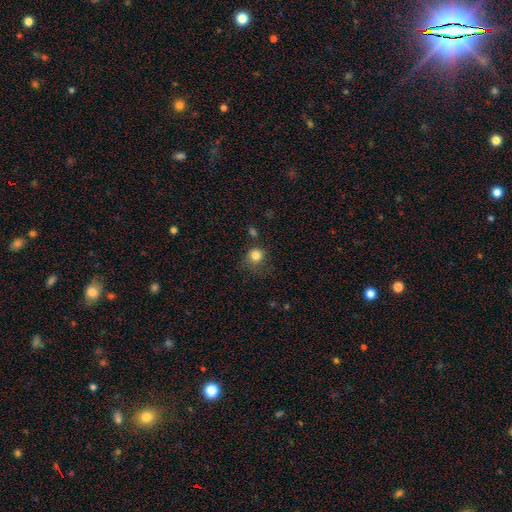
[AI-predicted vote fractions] Overall: smooth (83%). How rounded: round (85%). Merging: none (60%; minor disturbance 23%).